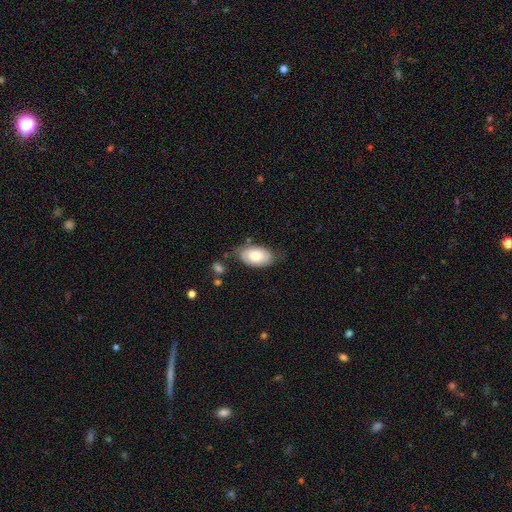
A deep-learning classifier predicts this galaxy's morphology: smooth 63%, featured or disk 31%, star or artifact 6%. Down the decision tree: how rounded — in between (94%); merging — none (60%).